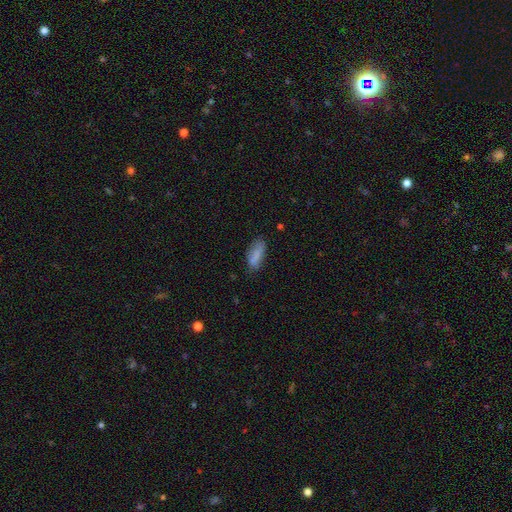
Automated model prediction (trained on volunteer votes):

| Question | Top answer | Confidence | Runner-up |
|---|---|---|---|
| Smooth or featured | smooth | 82% | featured or disk (10%) |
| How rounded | in between | 66% | cigar-shaped (32%) |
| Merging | none | 67% | minor disturbance (24%) |